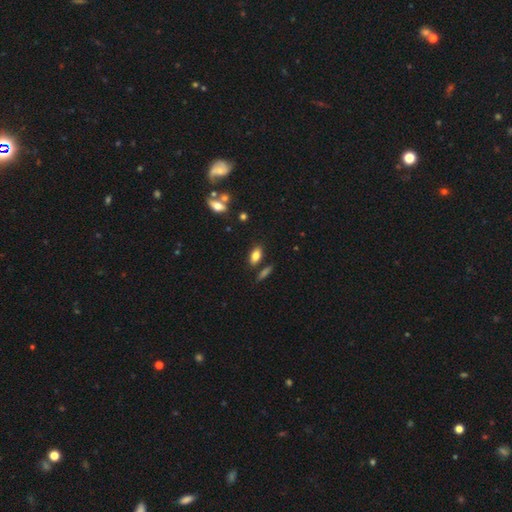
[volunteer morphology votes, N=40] This is clearly a smooth galaxy (85%). How rounded: likely in between (76%). Merging: clearly none (87%).